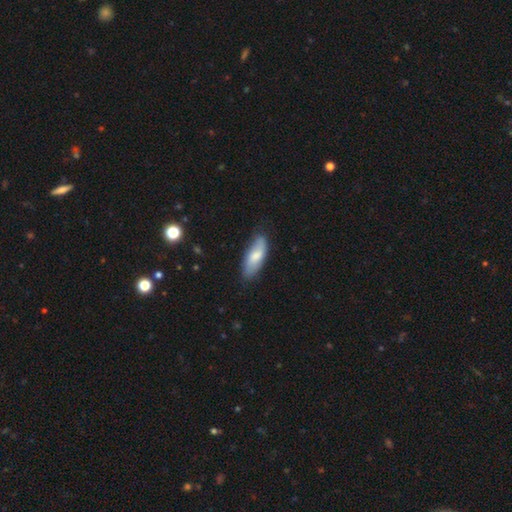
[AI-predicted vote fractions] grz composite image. It shows a smooth galaxy with no disk features (70%) that is in between round and cigar-shaped (76%). Merging: none (75%).